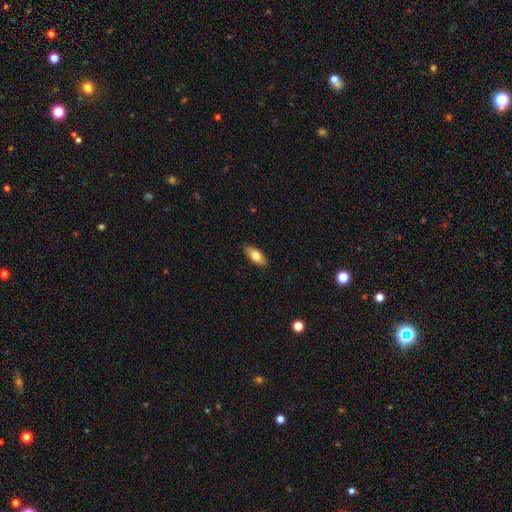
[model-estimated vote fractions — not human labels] Smooth or featured? Predicted: smooth (p=0.73). How rounded? Predicted: in between (p=0.84). Merging? Predicted: none (p=0.87).